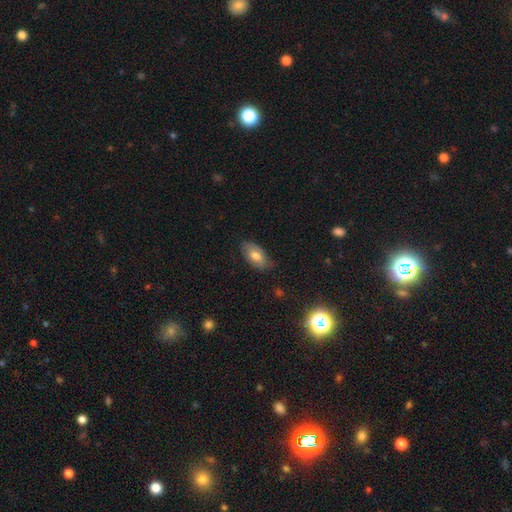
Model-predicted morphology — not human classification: The model was most divided on "smooth or featured": smooth: 70%, featured or disk: 23%, star or artifact: 7%. More confident: how rounded — in between (92%); merging — none (73%).